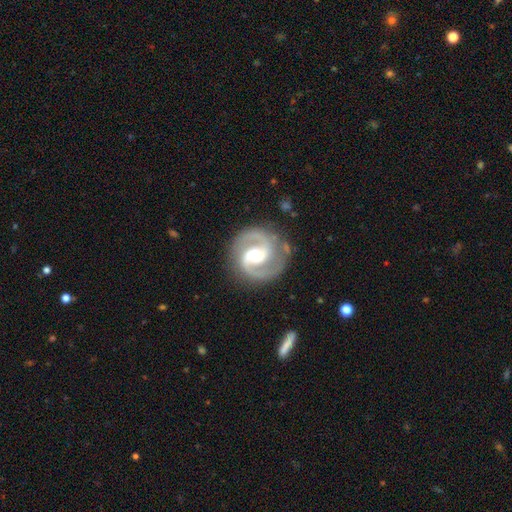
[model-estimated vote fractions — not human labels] This is clearly a featured or disk galaxy (92%). It is clearly not viewed edge-on (98%). Bar: possibly weak (49%). Spiral arm pattern: clearly yes (98%). Spiral arm count: clearly 2 (94%). Spiral winding: likely medium (64%). Central bulge: likely moderate (70%). Merging: clearly none (83%).